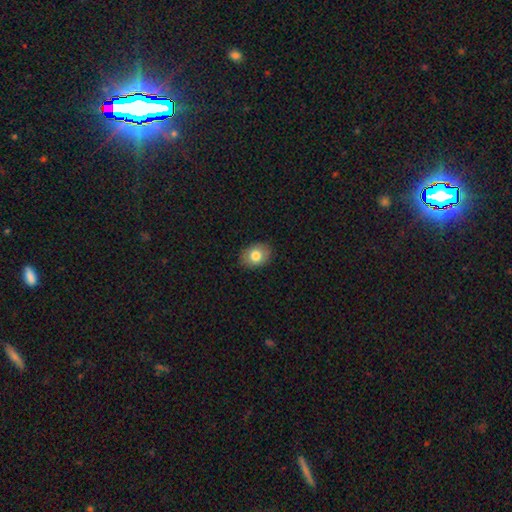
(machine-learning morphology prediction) Smooth or featured? smooth (79%)
How rounded? in between (65%)
Merging? none (87%)